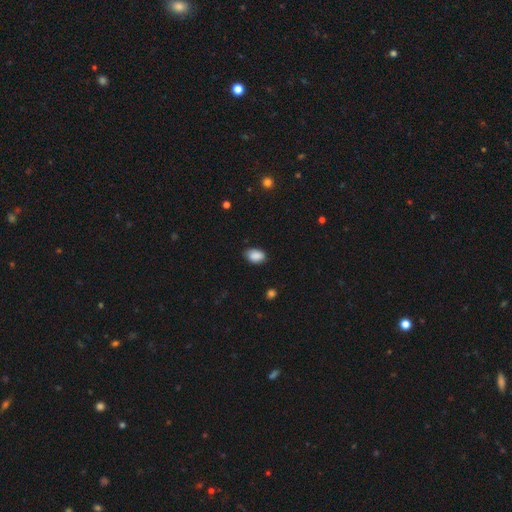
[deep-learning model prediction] smooth 89%, star or artifact 7%, featured or disk 4%. Down the decision tree: how rounded — in between (87%); merging — none (78%).